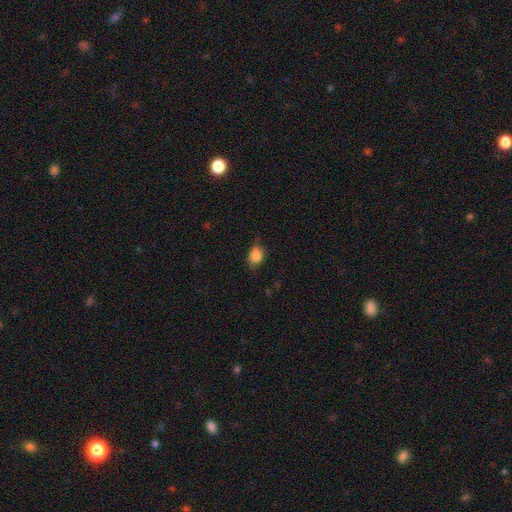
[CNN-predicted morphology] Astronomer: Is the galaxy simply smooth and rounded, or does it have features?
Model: smooth — 83%.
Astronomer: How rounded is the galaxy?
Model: in between — 58% (runner-up: round, 40%).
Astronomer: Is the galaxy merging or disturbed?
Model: none — 66%.